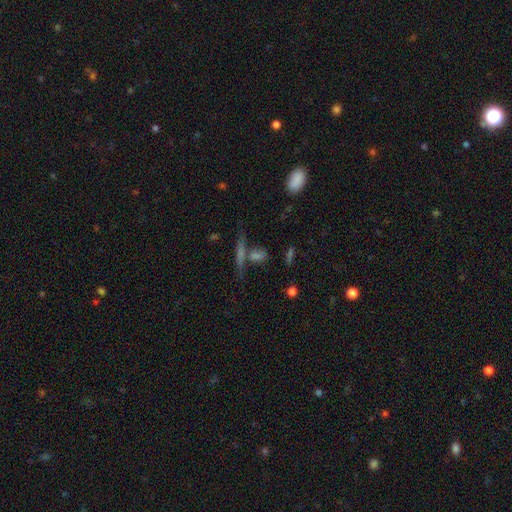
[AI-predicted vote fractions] The model was most divided on "smooth or featured": smooth: 44%, featured or disk: 35%, star or artifact: 21%. More confident: merging — none (61%).